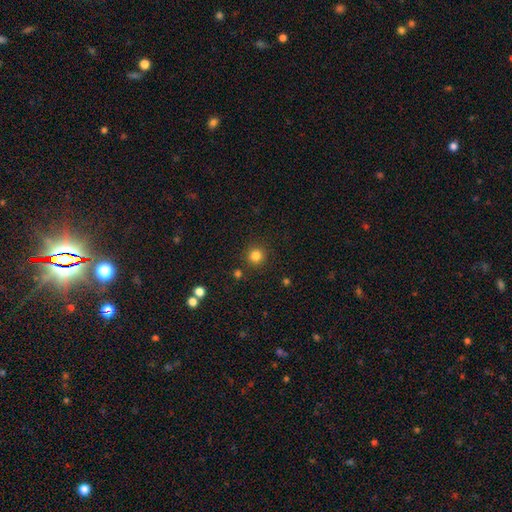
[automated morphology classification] Smooth or featured?
  - smooth: 82% *
  - star or artifact: 13%
  - featured or disk: 5%
How rounded?
  - round: 94% *
  - in between: 5%
  - cigar-shaped: 1%
Merging?
  - none: 88% *
  - minor disturbance: 6%
  - merger: 3%
  - major disturbance: 2%